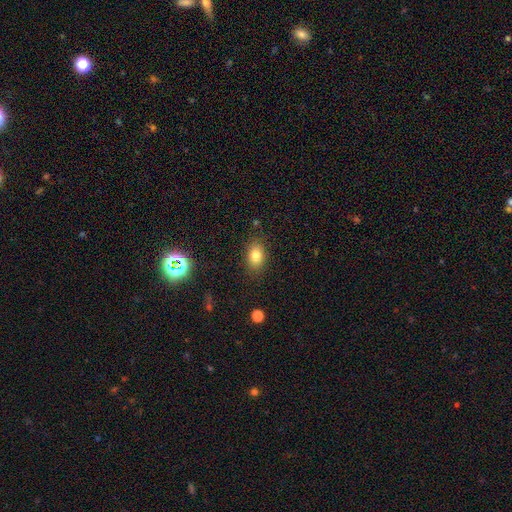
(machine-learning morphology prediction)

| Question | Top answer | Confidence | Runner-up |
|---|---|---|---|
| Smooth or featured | smooth | 80% | star or artifact (11%) |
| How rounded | in between | 78% | round (20%) |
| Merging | none | 85% | minor disturbance (11%) |